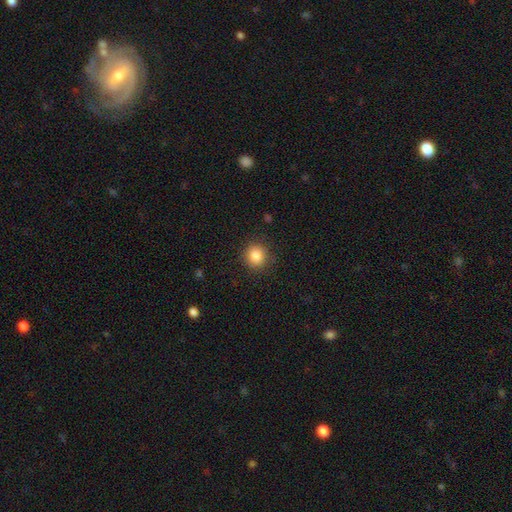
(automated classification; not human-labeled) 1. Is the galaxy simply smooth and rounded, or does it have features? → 85% smooth, 10% star or artifact, 5% featured or disk.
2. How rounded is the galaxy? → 89% round, 10% in between, 1% cigar-shaped.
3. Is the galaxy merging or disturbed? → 88% none, 8% minor disturbance, 3% major disturbance, 1% merger.